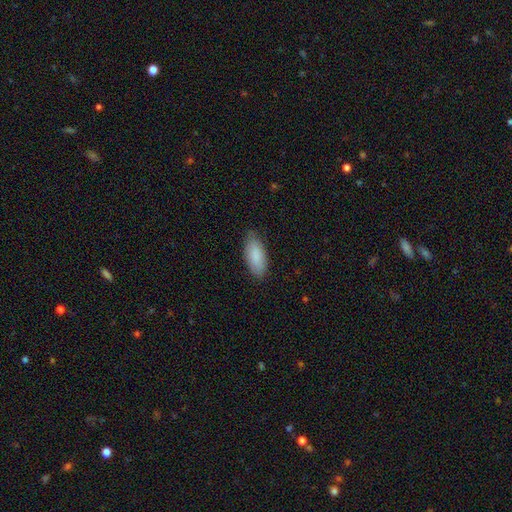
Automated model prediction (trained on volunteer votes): A smooth galaxy with no disk features (87%) that is in between round and cigar-shaped (87%). Merging: none (82%).